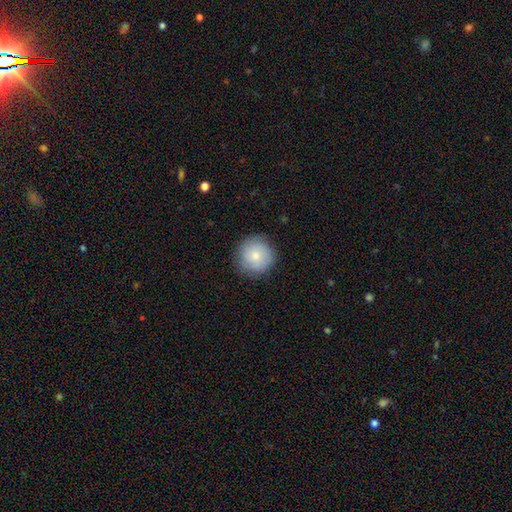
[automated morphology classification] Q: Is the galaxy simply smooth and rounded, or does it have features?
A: smooth — 77%.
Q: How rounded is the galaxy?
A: round — 95%.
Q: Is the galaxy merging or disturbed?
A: none — 85%.